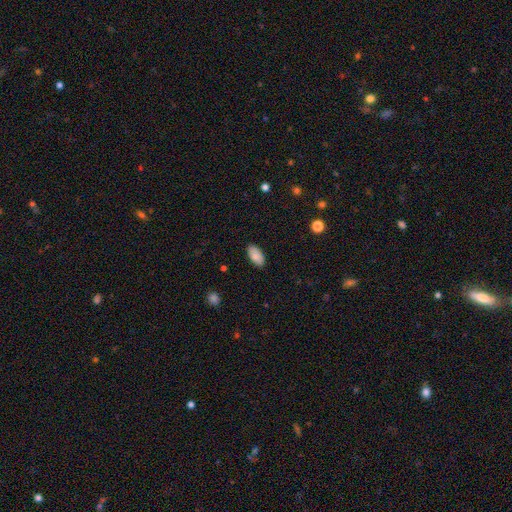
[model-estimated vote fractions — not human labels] Smooth or featured? Predicted: smooth (p=0.85). How rounded? Predicted: in between (p=0.94). Merging? Predicted: none (p=0.87).